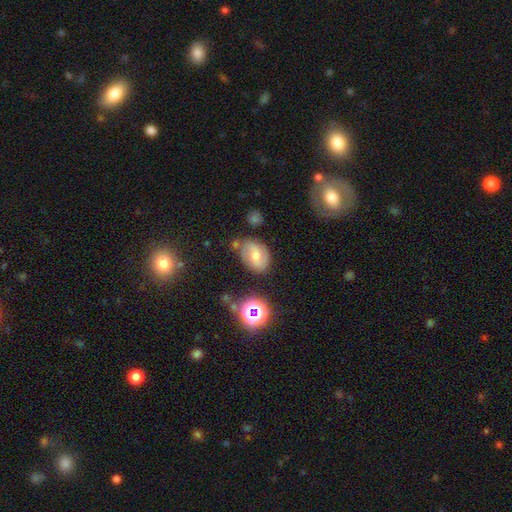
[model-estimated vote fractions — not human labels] Smooth or featured?
  - smooth: 48% *
  - featured or disk: 39%
  - star or artifact: 14%
Merging?
  - none: 68% *
  - minor disturbance: 20%
  - major disturbance: 6%
  - merger: 6%